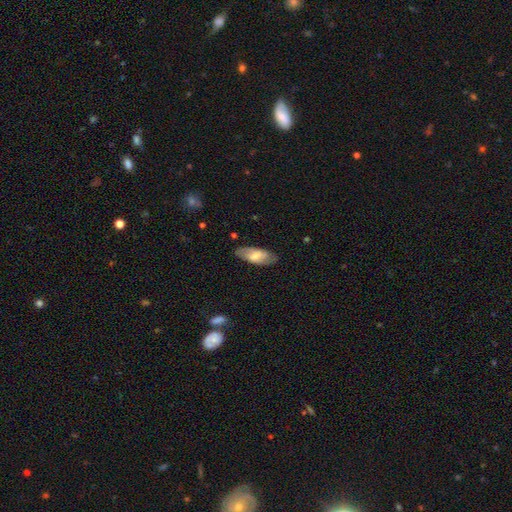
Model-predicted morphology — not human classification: A smooth galaxy with no disk features (56%) that is in between round and cigar-shaped (82%).

Vote fractions:
- Smooth or featured? smooth: 56% / featured or disk: 38% / star or artifact: 6%
- How rounded? in between: 82% / cigar-shaped: 16% / round: 2%
- Merging? none: 81% / minor disturbance: 14% / major disturbance: 4% / merger: 1%